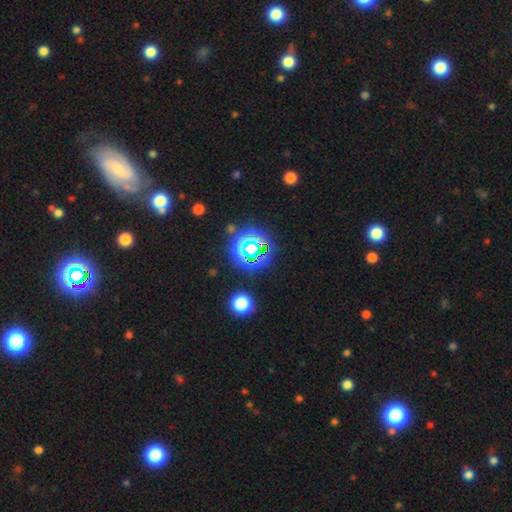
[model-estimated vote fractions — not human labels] star or artifact 69%, smooth 19%, featured or disk 12%.